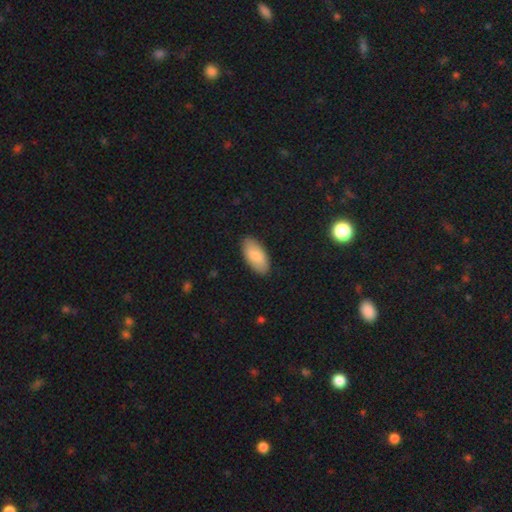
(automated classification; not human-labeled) A smooth galaxy with no disk features (86%) that is in between round and cigar-shaped (93%). Merging: none (88%).